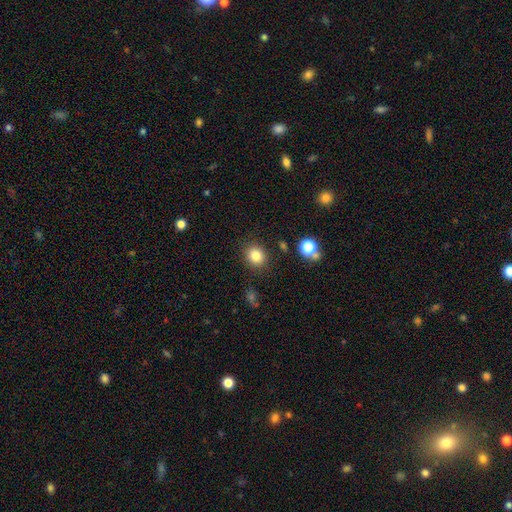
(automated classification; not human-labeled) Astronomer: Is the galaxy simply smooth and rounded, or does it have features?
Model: smooth — 82%.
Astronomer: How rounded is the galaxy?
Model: round — 74%.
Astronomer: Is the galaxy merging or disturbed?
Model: none — 87%.